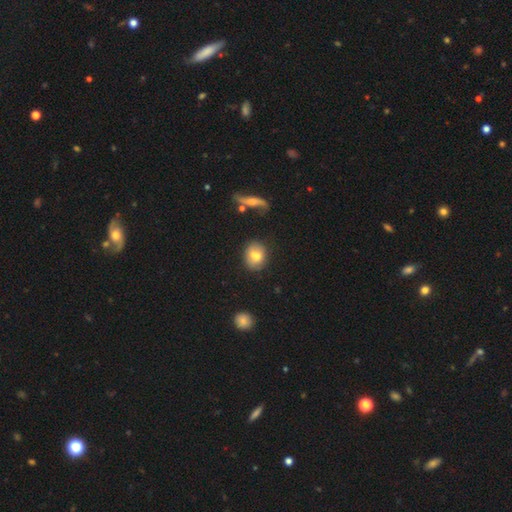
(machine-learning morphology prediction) A smooth galaxy with no disk features (70%) that is round (55%).

Vote fractions:
- Smooth or featured? smooth: 70% / featured or disk: 20% / star or artifact: 10%
- How rounded? round: 55% / in between: 43% / cigar-shaped: 2%
- Merging? none: 61% / minor disturbance: 18% / merger: 16% / major disturbance: 5%